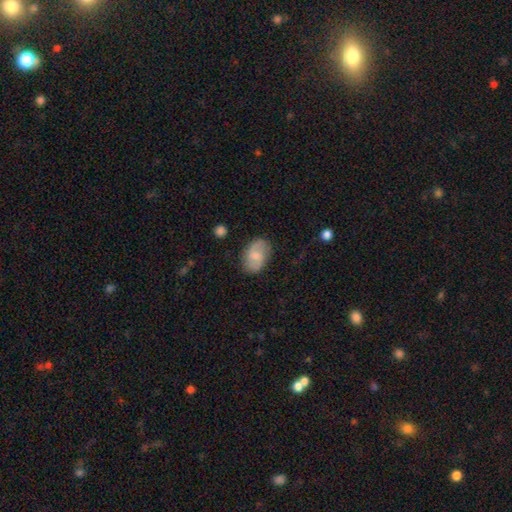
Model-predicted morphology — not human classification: This appears to be a smooth galaxy with no disk features (51%) that is in between round and cigar-shaped (85%). Merging: none (78%).